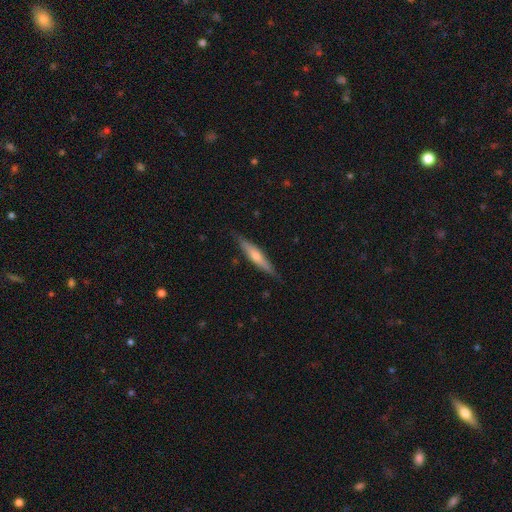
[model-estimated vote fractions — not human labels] Smooth or featured? featured or disk (57%)
Edge-on disk? yes (94%)
Edge-on bulge? rounded (74%)
Merging? none (87%)